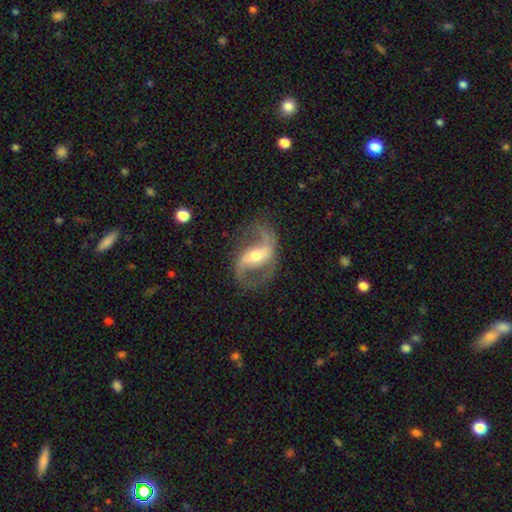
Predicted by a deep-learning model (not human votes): Morphology: type=featured or disk (91%); edge-on=no (97%); bar=strong (44%); spiral arms=yes (96%); winding=loose (54%); arm count=2 (93%); bulge=moderate (58%); merging=none (77%).